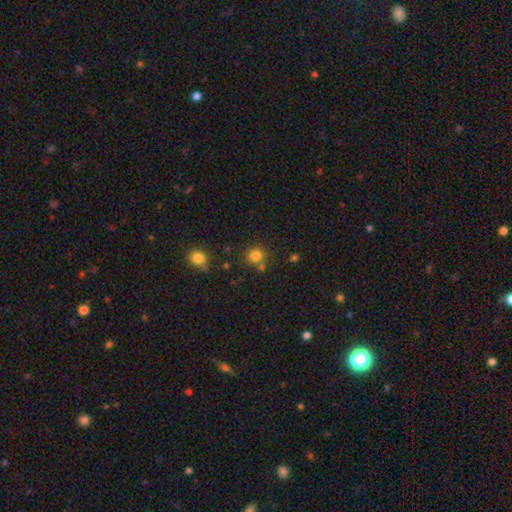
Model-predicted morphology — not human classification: The model was most divided on "merging": none: 74%, merger: 12%, minor disturbance: 10%, major disturbance: 4%. More confident: how rounded — round (86%); smooth or featured — smooth (81%).